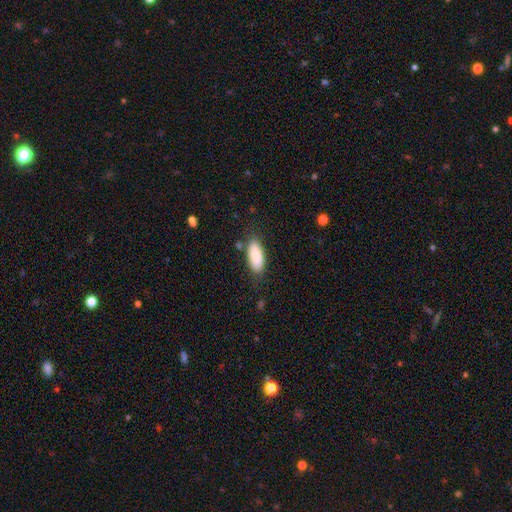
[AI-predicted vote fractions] This appears to be a smooth galaxy with no disk features (88%) that is in between round and cigar-shaped (83%). Merging: none (79%).